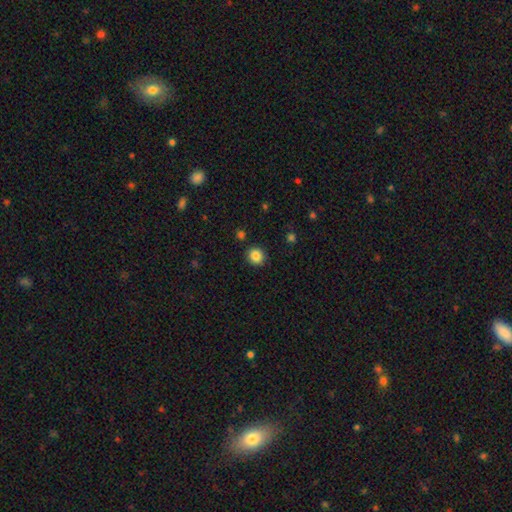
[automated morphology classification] Overall: smooth (86%). How rounded: round (88%). Merging: none (90%).